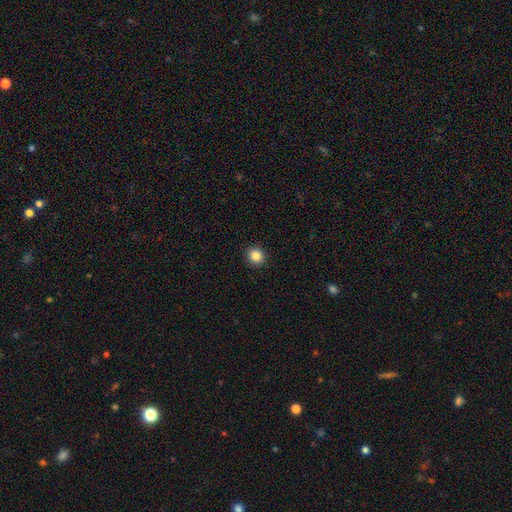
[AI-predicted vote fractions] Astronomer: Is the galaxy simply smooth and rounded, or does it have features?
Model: smooth — 86%.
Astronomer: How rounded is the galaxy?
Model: round — 86%.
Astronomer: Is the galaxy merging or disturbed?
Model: none — 92%.